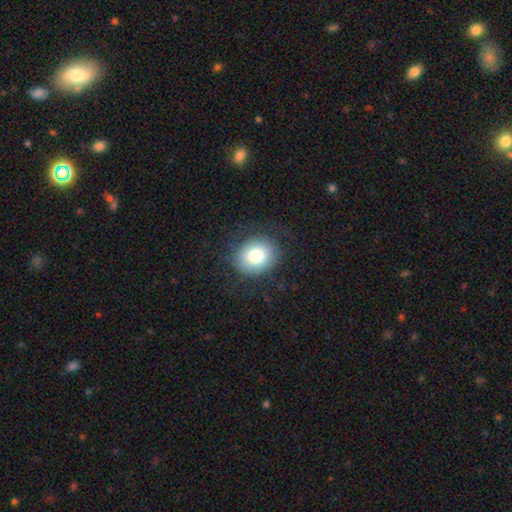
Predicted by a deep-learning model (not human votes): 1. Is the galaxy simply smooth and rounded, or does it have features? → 78% smooth, 13% featured or disk, 9% star or artifact.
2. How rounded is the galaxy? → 62% round, 38% in between, 1% cigar-shaped.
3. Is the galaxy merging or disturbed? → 81% none, 12% minor disturbance, 6% major disturbance, 1% merger.